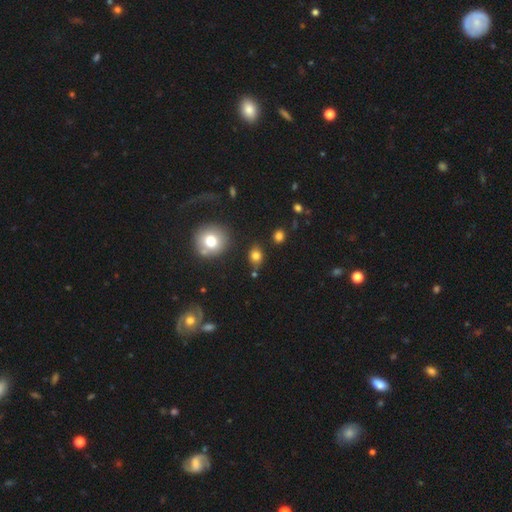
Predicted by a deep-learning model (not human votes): This is likely a smooth galaxy (79%). How rounded: possibly round (53%). Merging: clearly none (80%).